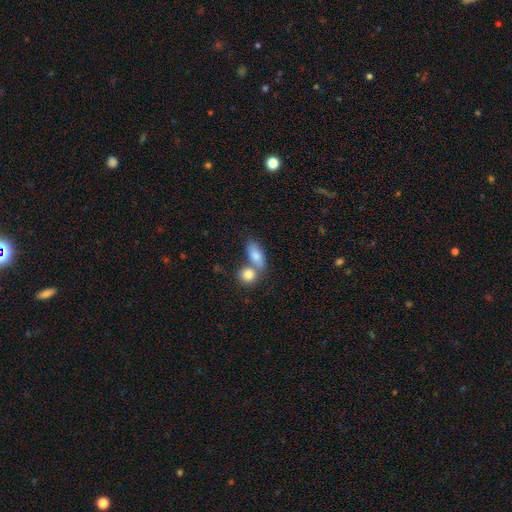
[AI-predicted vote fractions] Morphology: type=smooth (80%); roundness=in between (80%); merging=merger (46%).